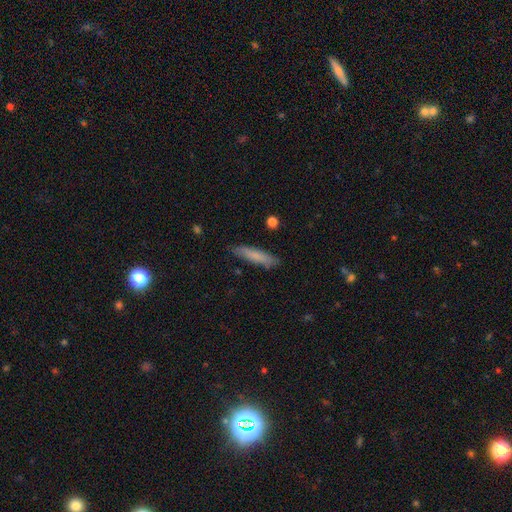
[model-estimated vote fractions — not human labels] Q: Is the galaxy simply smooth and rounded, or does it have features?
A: smooth — 78%.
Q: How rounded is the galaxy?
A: cigar-shaped — 82%.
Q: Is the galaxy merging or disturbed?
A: none — 85%.